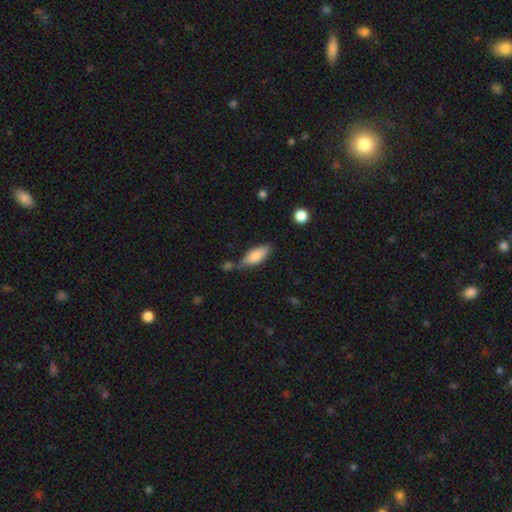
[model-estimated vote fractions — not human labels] A smooth galaxy with no disk features (81%) that is in between round and cigar-shaped (74%). Merging: none (57%).